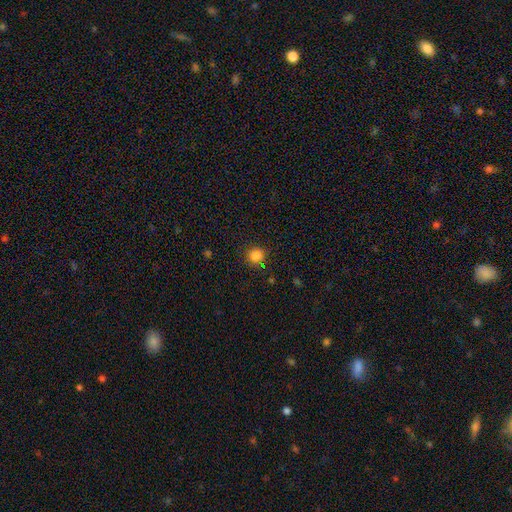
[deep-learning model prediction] A smooth galaxy with no disk features (82%) that is round (80%).

Vote fractions:
- Smooth or featured? smooth: 82% / star or artifact: 15% / featured or disk: 4%
- How rounded? round: 80% / in between: 19% / cigar-shaped: 1%
- Merging? none: 79% / minor disturbance: 13% / merger: 5% / major disturbance: 4%